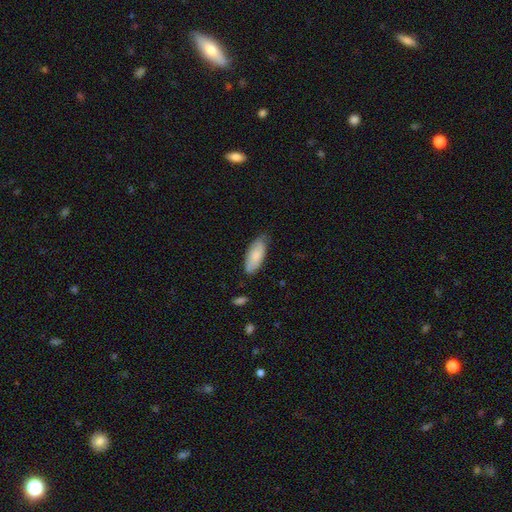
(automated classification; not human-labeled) smooth 80%, featured or disk 14%, star or artifact 6%. Down the decision tree: how rounded — in between (82%); merging — none (69%).